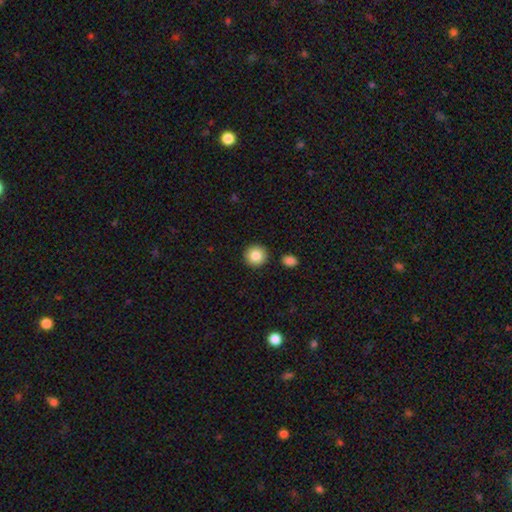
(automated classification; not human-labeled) Morphology: type=smooth (86%); roundness=round (93%); merging=none (89%).